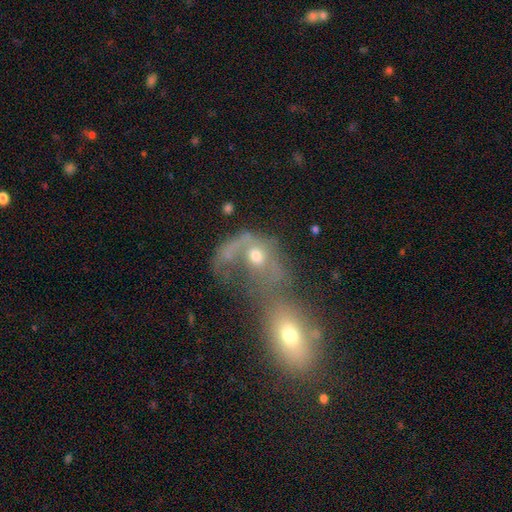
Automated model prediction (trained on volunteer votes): Smooth or featured: featured or disk — 50% (smooth — 36%)
Edge-on disk: no — 94% (yes — 6%)
Merging: merger — 73% (major disturbance — 11%)